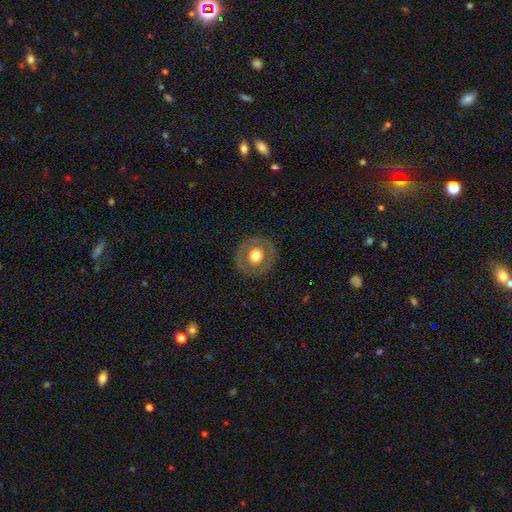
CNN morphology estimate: This appears to be a smooth galaxy with no disk features (53%) that is round (91%). Merging: none (87%).